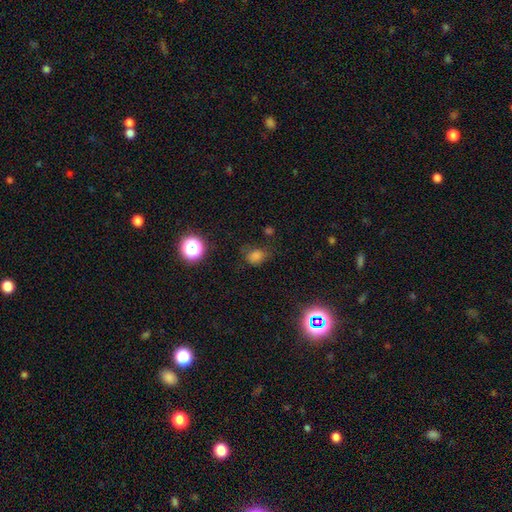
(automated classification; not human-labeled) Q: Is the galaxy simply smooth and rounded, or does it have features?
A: smooth — 69%.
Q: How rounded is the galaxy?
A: round — 61%.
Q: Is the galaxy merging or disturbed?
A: none — 61%.